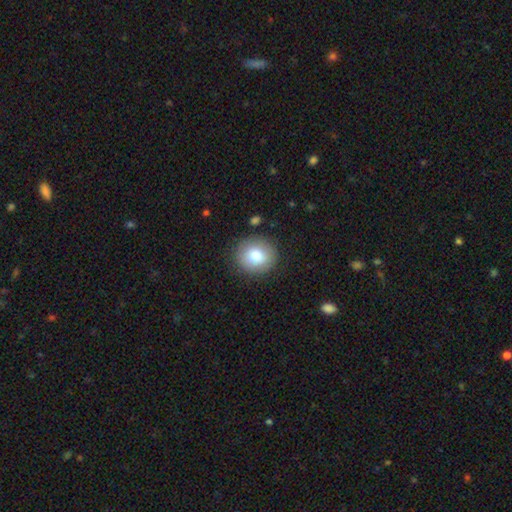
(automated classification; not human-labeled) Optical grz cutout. It shows a smooth galaxy with no disk features (81%) that is round (85%). Merging: none (87%).